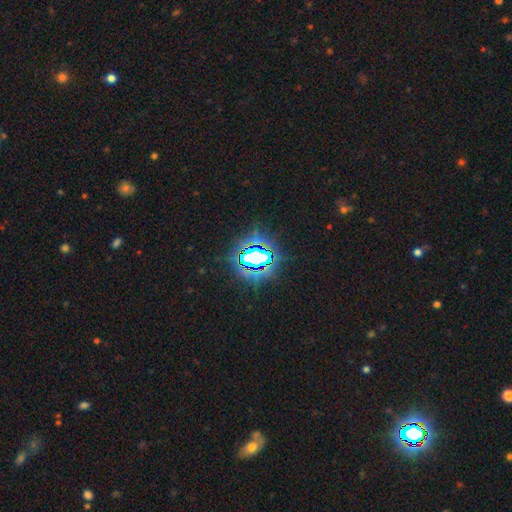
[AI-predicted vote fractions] The model was most divided on "smooth or featured": star or artifact: 72%, smooth: 17%, featured or disk: 12%.